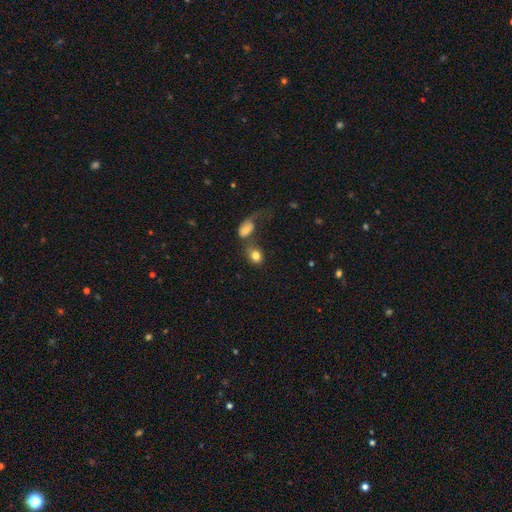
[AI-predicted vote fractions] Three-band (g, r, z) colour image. It shows a smooth galaxy with no disk features (80%) that is in between round and cigar-shaped (63%). Merging: none (39%).